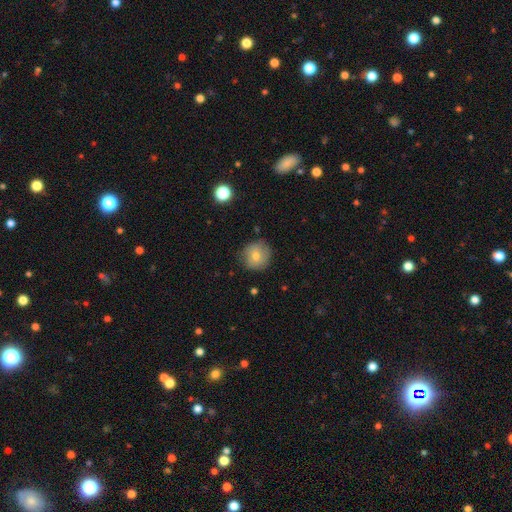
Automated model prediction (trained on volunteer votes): The model was most divided on "smooth or featured": smooth: 72%, featured or disk: 18%, star or artifact: 10%. More confident: how rounded — round (93%); merging — none (83%).